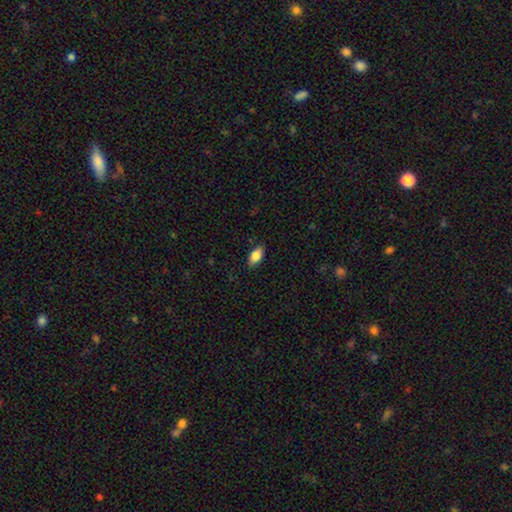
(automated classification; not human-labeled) A smooth galaxy with no disk features (83%) that is in between round and cigar-shaped (90%).

Vote fractions:
- Smooth or featured? smooth: 83% / featured or disk: 10% / star or artifact: 7%
- How rounded? in between: 90% / cigar-shaped: 7% / round: 4%
- Merging? none: 85% / minor disturbance: 12% / major disturbance: 2% / merger: 1%